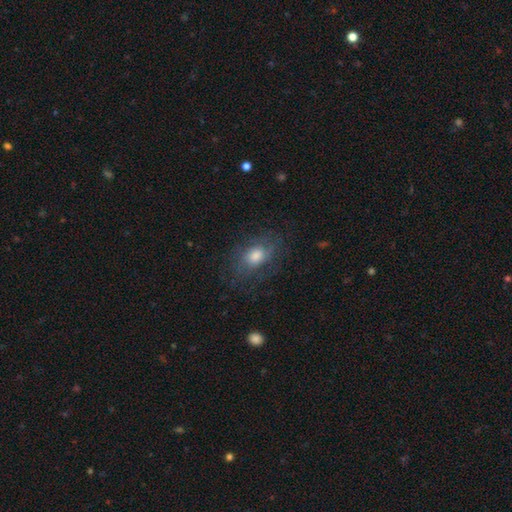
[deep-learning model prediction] This appears to be a smooth galaxy with no disk features (54%) that is in between round and cigar-shaped (75%). Merging: none (68%).